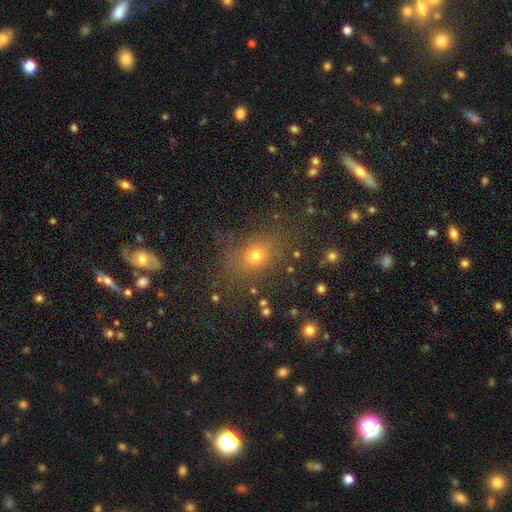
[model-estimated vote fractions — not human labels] This is likely a smooth galaxy (68%). How rounded: possibly round (49%, tied with in between). Merging: likely none (75%).